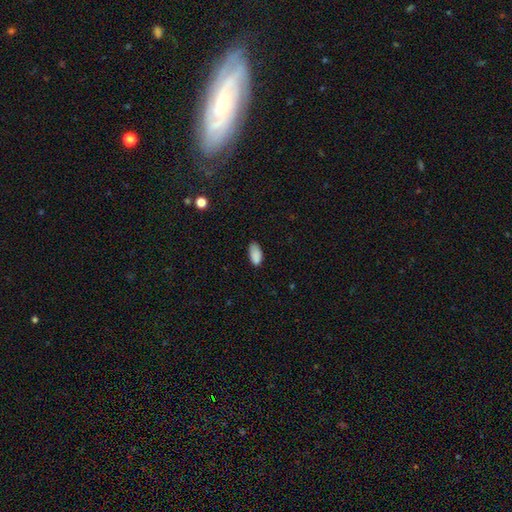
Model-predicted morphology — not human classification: The model was most divided on "merging": none: 70%, minor disturbance: 24%, major disturbance: 4%, merger: 2%. More confident: how rounded — in between (93%); smooth or featured — smooth (87%).